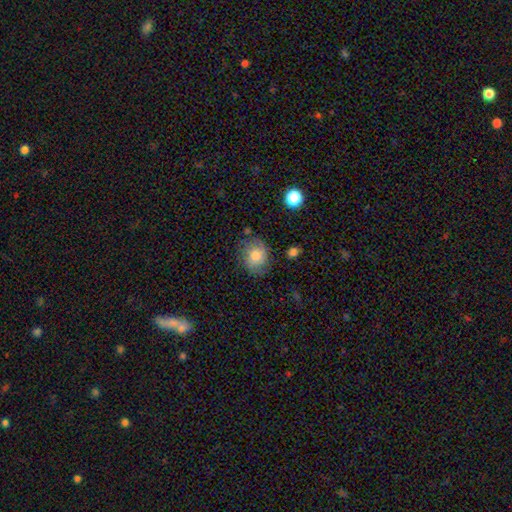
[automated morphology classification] smooth-or-featured: smooth: 64% | featured or disk: 27% | star or artifact: 9%
  how-rounded: round: 62% | in between: 37% | cigar-shaped: 1%
  merging: none: 68% | minor disturbance: 22% | major disturbance: 7% | merger: 2%